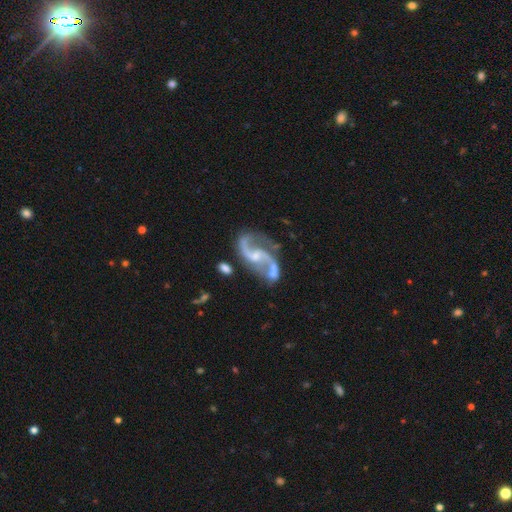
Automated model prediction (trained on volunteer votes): smooth-or-featured: featured or disk: 92% | star or artifact: 5% | smooth: 3%
  disk-edge-on: no: 98% | yes: 2%
    bar: no: 44% | weak: 41% | strong: 15%
    has-spiral-arms: yes: 97% | no: 3%
      spiral-winding: loose: 61% | medium: 33% | tight: 6%
      spiral-arm-count: 2: 93% | can't tell: 2% | 1: 2% | 3: 1% | 4: 1% | more than 4: 1%
    bulge-size: small: 58% | moderate: 30% | none: 9% | large: 2% | dominant: 1%
  merging: none: 56% | minor disturbance: 17% | merger: 16% | major disturbance: 11%